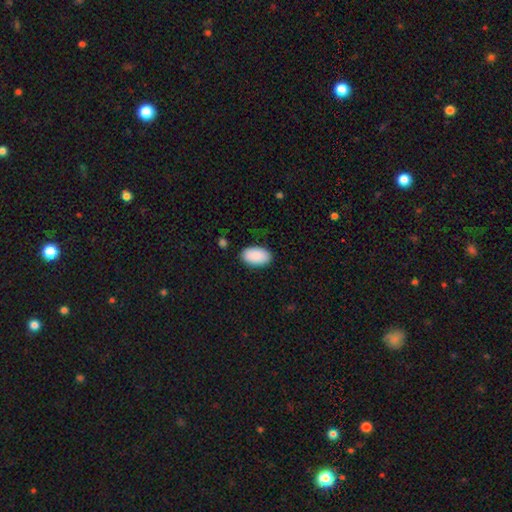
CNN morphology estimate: smooth_or_featured: smooth (p=0.91) [alt: star or artifact p=0.06]
how_rounded: in between (p=0.96) [alt: round p=0.03]
merging: none (p=0.86) [alt: minor disturbance p=0.10]